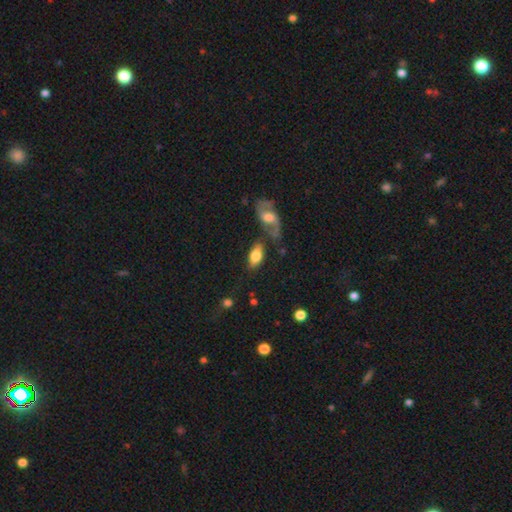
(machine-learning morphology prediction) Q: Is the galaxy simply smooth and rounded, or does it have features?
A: smooth — 70%.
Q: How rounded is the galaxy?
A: in between — 89%.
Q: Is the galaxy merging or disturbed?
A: none — 60%.